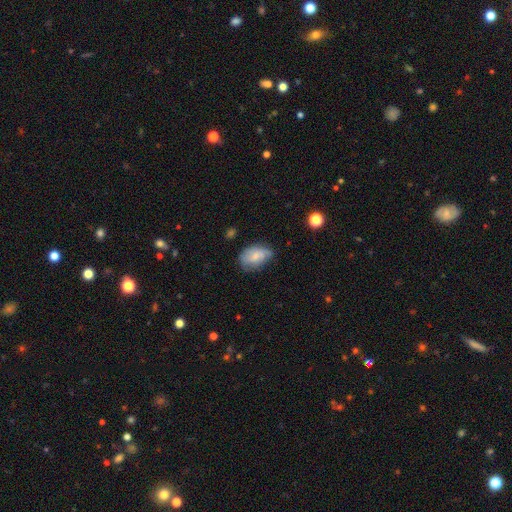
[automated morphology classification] A smooth galaxy with no disk features (68%) that is in between round and cigar-shaped (89%).

Vote fractions:
- Smooth or featured? smooth: 68% / featured or disk: 24% / star or artifact: 8%
- How rounded? in between: 89% / round: 9% / cigar-shaped: 2%
- Merging? none: 54% / minor disturbance: 35% / major disturbance: 9% / merger: 2%